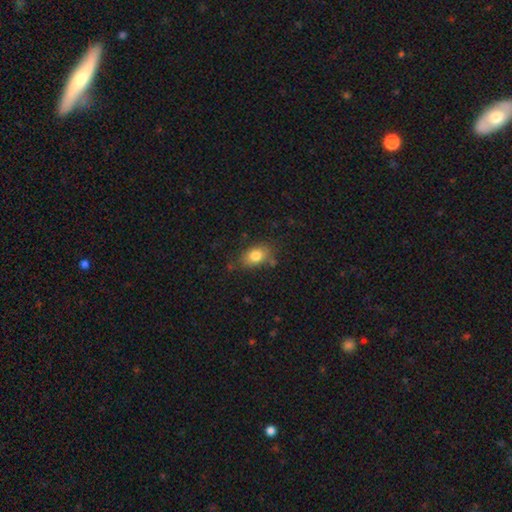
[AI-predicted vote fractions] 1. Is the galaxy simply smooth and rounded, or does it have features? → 81% smooth, 10% featured or disk, 9% star or artifact.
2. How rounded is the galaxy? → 80% in between, 18% round, 2% cigar-shaped.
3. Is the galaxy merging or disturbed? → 73% none, 18% minor disturbance, 5% major disturbance, 4% merger.